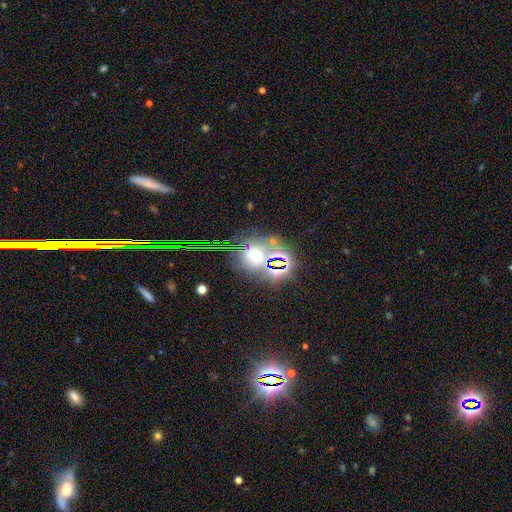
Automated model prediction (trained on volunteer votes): A star or artifact, not a galaxy (55%).

Vote fractions:
- Smooth or featured? star or artifact: 55% / smooth: 33% / featured or disk: 12%